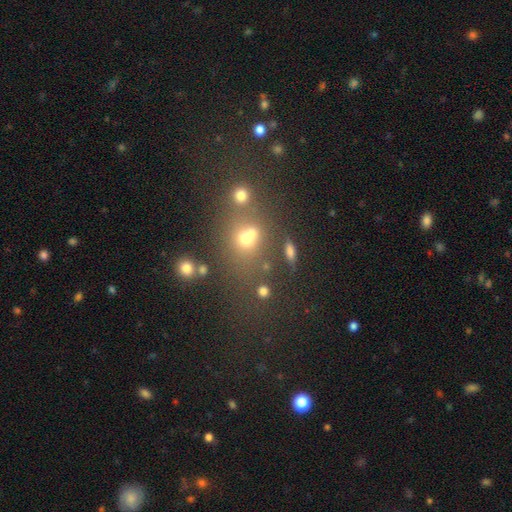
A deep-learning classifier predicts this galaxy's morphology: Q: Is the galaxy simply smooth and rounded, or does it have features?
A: smooth — 43%.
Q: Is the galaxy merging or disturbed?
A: none — 65%.